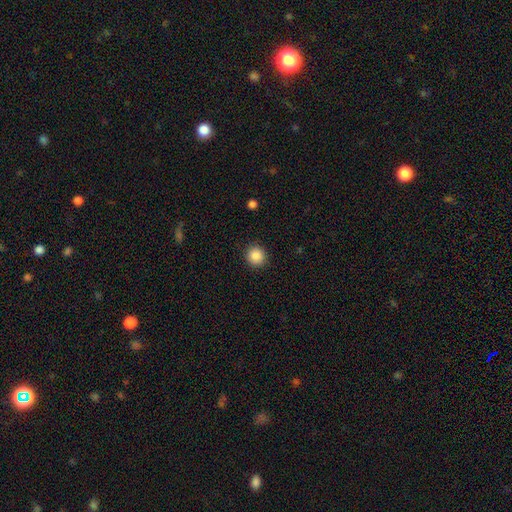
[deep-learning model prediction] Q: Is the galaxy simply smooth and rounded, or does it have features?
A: smooth — 87%.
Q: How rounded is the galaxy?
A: round — 91%.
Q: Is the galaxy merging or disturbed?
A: none — 91%.